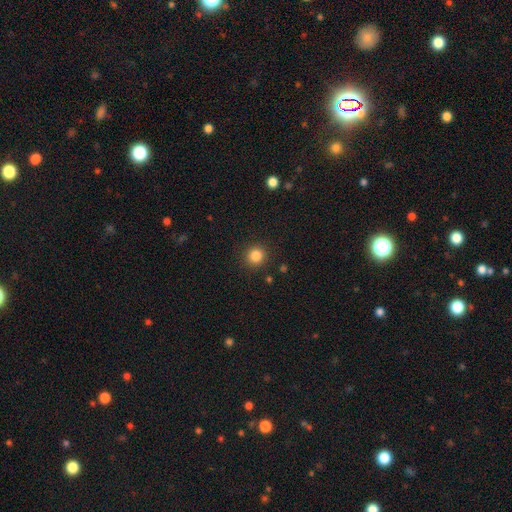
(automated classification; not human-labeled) Q: Smooth or featured?
A: smooth (84%); runner-up: star or artifact (11%)
Q: How rounded?
A: round (92%); runner-up: in between (7%)
Q: Merging?
A: none (90%); runner-up: minor disturbance (6%)